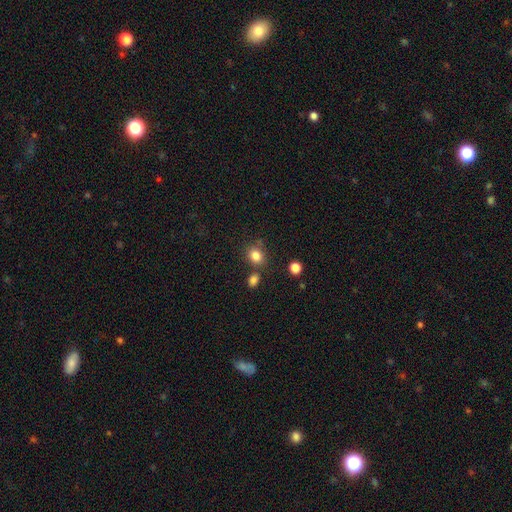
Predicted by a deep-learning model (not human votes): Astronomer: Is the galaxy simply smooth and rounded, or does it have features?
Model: smooth — 83%.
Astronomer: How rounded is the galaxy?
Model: round — 56% (runner-up: in between, 43%).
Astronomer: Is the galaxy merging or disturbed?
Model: none — 71%.